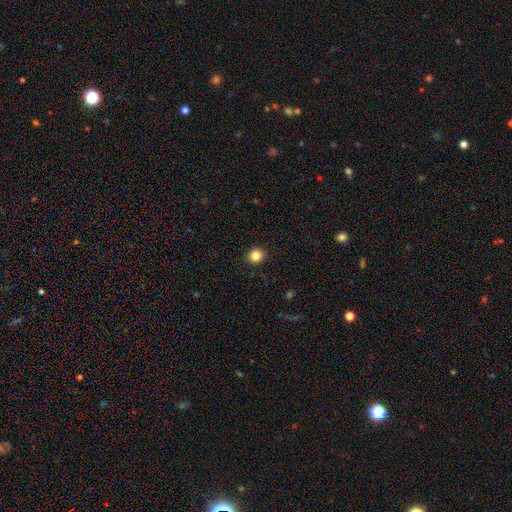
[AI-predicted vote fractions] A smooth galaxy with no disk features (85%) that is round (89%). Merging: none (92%).